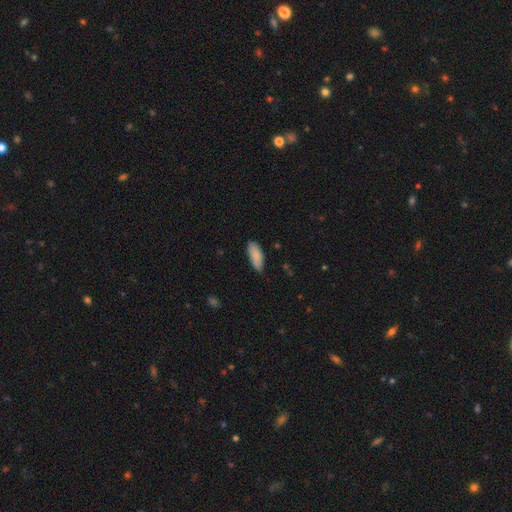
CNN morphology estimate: This is clearly a smooth galaxy (82%). How rounded: likely in between (79%). Merging: likely none (75%).